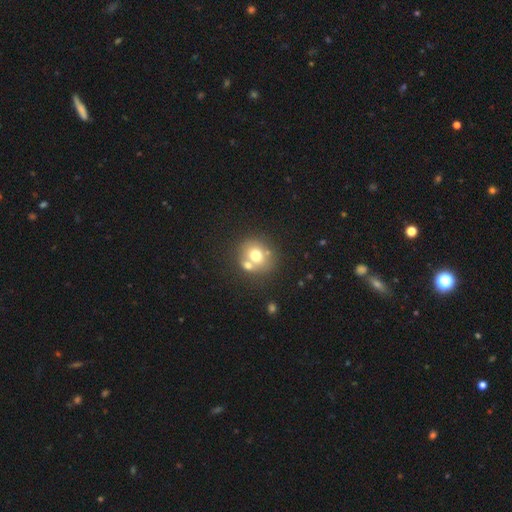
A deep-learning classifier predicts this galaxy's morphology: Smooth or featured? Predicted: smooth (p=0.68). How rounded? Predicted: round (p=0.78). Merging? Predicted: none (p=0.53).